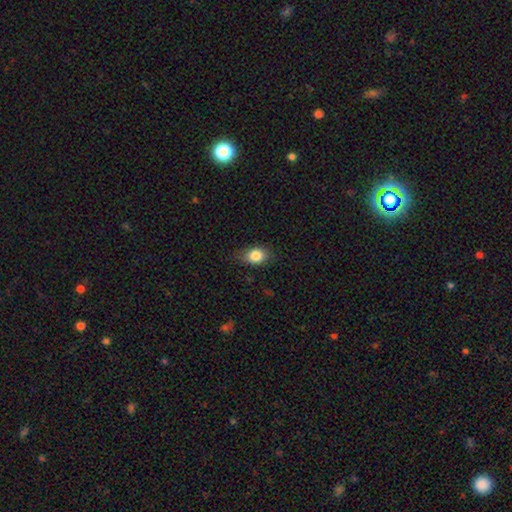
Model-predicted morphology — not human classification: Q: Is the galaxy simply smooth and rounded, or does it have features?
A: smooth — 85%.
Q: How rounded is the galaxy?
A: in between — 65%.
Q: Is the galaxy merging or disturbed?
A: none — 77%.